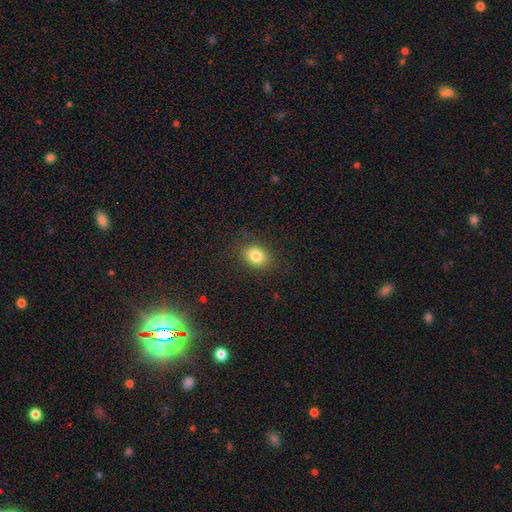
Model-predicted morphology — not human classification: Smooth or featured? smooth (83%)
How rounded? in between (58%)
Merging? none (86%)